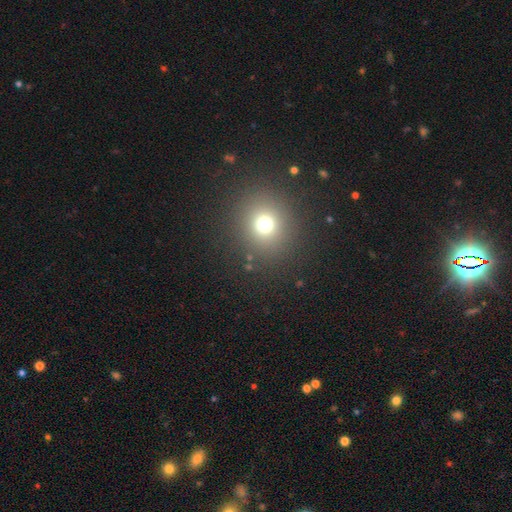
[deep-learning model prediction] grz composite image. It shows a smooth galaxy with no disk features (60%) that is round (90%). Merging: none (92%).